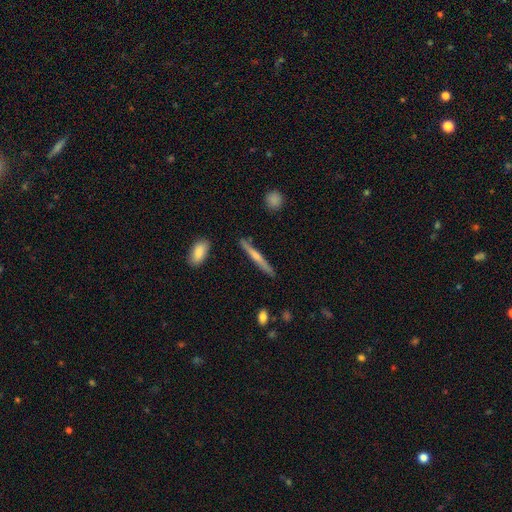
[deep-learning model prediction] Q: Smooth or featured?
A: featured or disk (57%); runner-up: smooth (31%)
Q: Edge-on disk?
A: yes (93%); runner-up: no (7%)
Q: Edge-on bulge?
A: rounded (75%); runner-up: none (18%)
Q: Merging?
A: none (86%); runner-up: minor disturbance (9%)